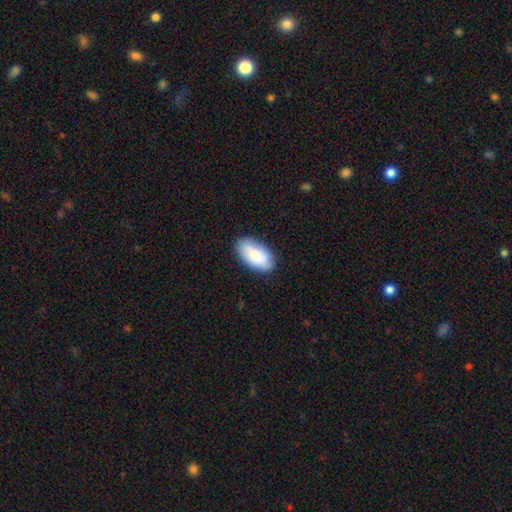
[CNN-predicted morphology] Overall: smooth (80%). How rounded: in between (95%). Merging: none (82%).